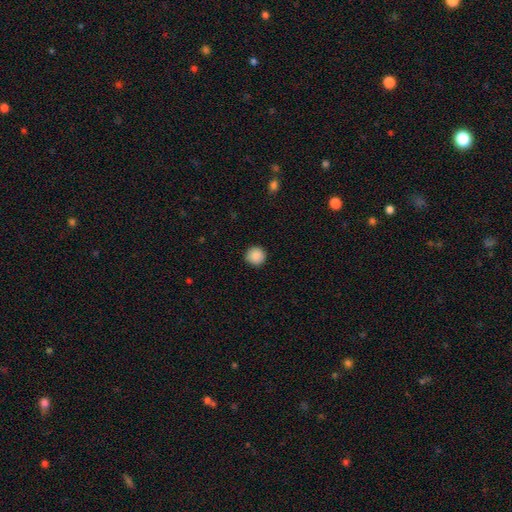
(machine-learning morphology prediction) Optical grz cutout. It shows a smooth galaxy with no disk features (89%) that is round (95%). Merging: none (91%).